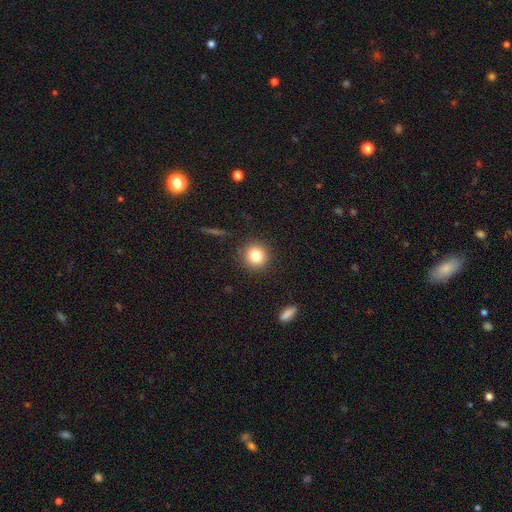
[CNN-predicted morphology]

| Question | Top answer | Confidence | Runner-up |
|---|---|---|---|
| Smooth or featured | smooth | 81% | star or artifact (11%) |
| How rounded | round | 92% | in between (7%) |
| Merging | none | 90% | minor disturbance (6%) |